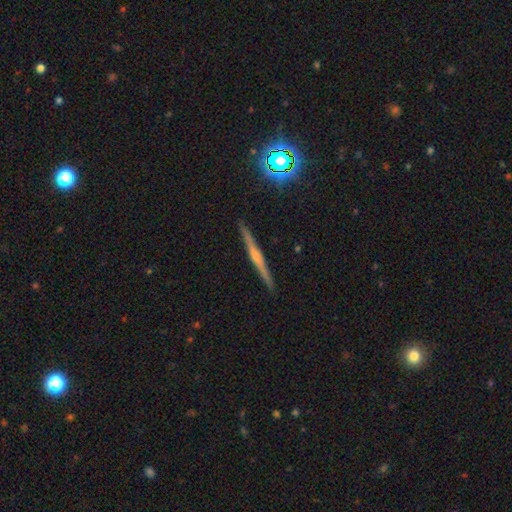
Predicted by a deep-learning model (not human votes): Smooth or featured? Predicted: featured or disk (p=0.69). Edge-on disk? Predicted: yes (p=0.98). Edge-on bulge? Predicted: rounded (p=0.63). Merging? Predicted: none (p=0.91).